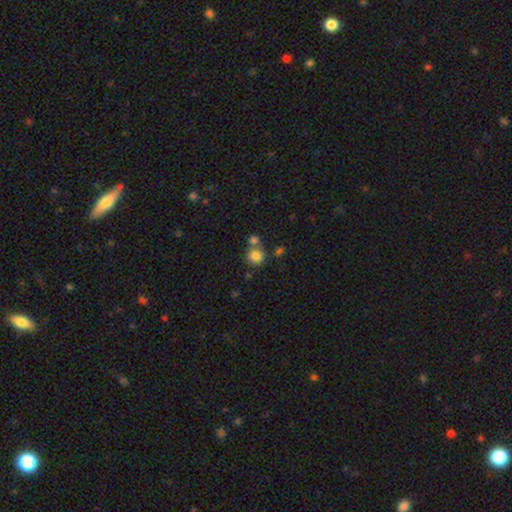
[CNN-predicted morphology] A smooth galaxy with no disk features (82%) that is round (87%). Merging: none (59%).